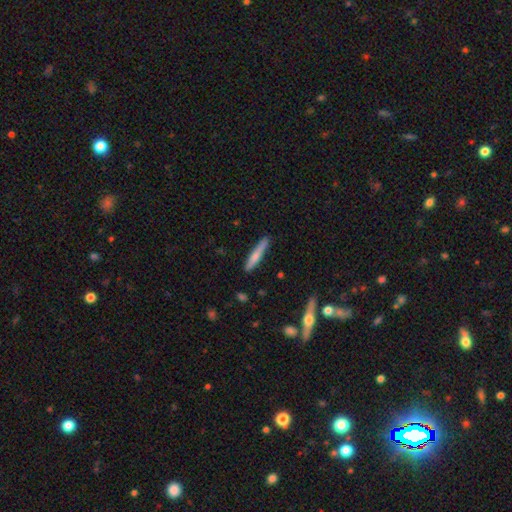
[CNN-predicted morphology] A smooth galaxy with no disk features (67%) that is cigar-shaped (92%). Merging: none (85%).